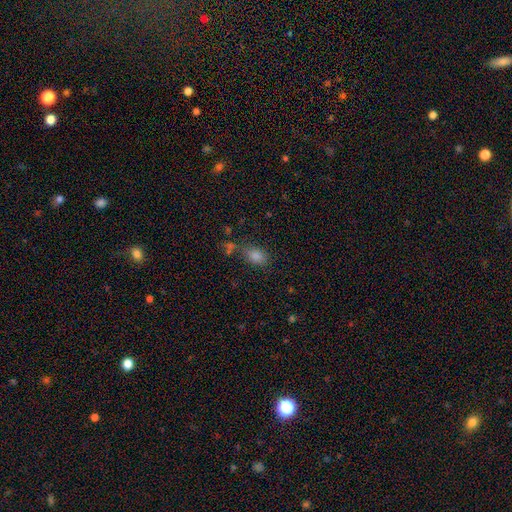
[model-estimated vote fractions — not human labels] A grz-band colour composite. It shows a smooth galaxy with no disk features (77%) that is in between round and cigar-shaped (75%). Merging: none (67%).